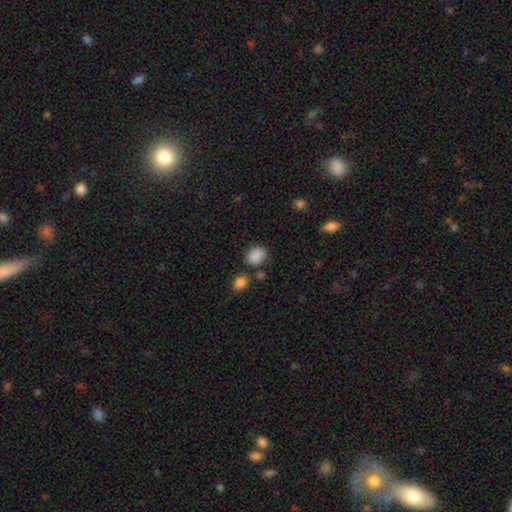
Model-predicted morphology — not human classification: Smooth or featured?
  - smooth: 86% *
  - star or artifact: 10%
  - featured or disk: 4%
How rounded?
  - in between: 63% *
  - round: 36%
  - cigar-shaped: 1%
Merging?
  - none: 72% *
  - minor disturbance: 16%
  - merger: 7%
  - major disturbance: 5%